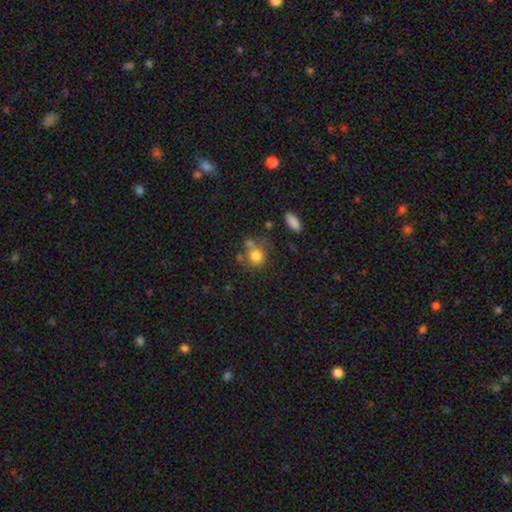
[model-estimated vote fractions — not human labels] A smooth galaxy with no disk features (79%) that is round (81%). Merging: none (52%).